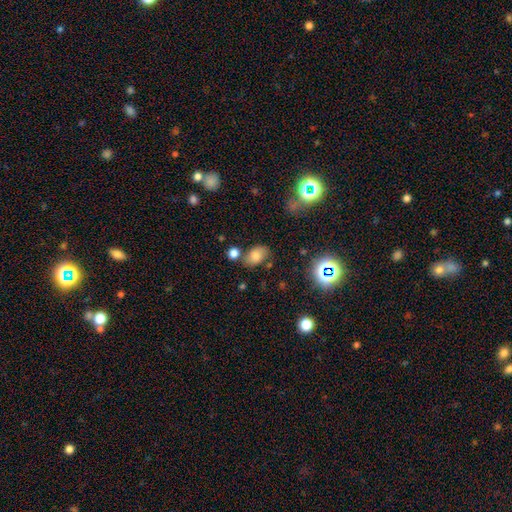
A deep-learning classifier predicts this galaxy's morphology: smooth-or-featured: smooth: 71% | star or artifact: 15% | featured or disk: 13%
  how-rounded: in between: 81% | round: 18% | cigar-shaped: 1%
  merging: none: 67% | minor disturbance: 18% | merger: 10% | major disturbance: 5%